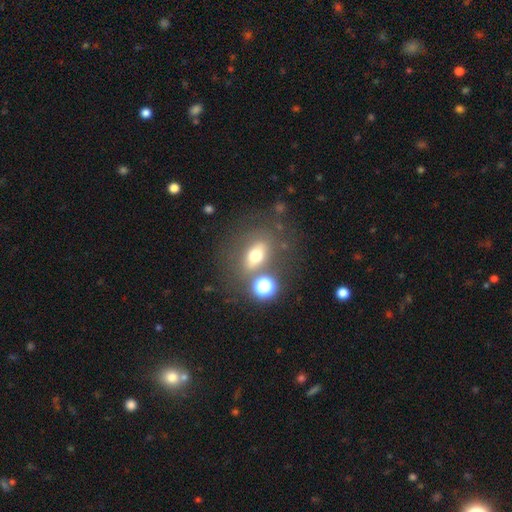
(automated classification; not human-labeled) Morphology: type=smooth (60%); roundness=in between (66%); merging=none (63%).